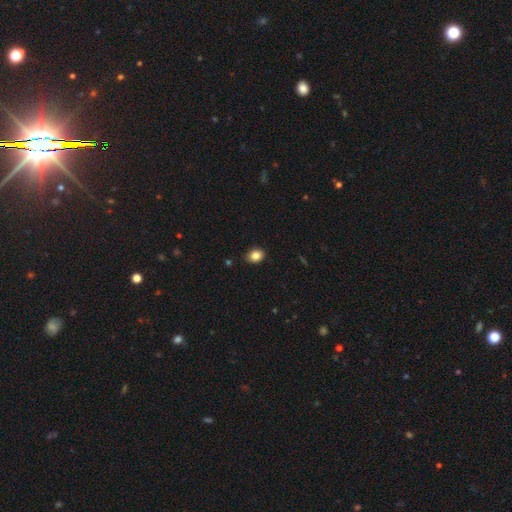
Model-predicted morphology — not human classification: The model was most divided on "how rounded": round: 50%, in between: 49%, cigar-shaped: 1%. More confident: merging — none (84%); smooth or featured — smooth (84%).